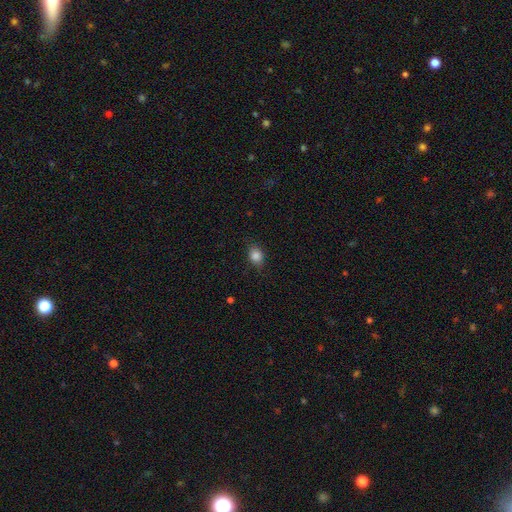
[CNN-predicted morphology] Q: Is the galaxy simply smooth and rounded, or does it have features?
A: smooth — 85%.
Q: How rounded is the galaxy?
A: in between — 62%.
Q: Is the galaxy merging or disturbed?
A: none — 79%.